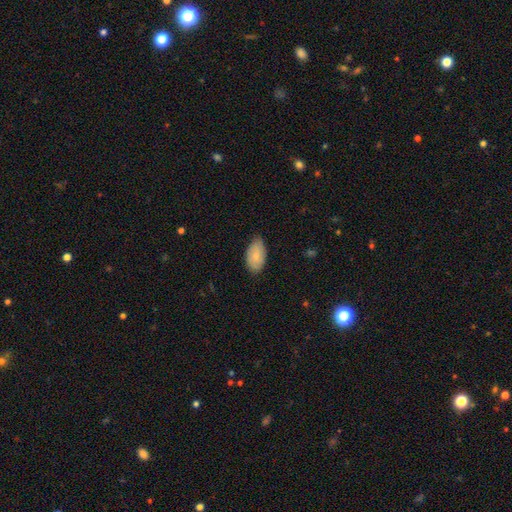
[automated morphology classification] The model was most divided on "merging": none: 75%, minor disturbance: 22%, major disturbance: 3%, merger: 1%. More confident: how rounded — in between (94%); smooth or featured — smooth (77%).